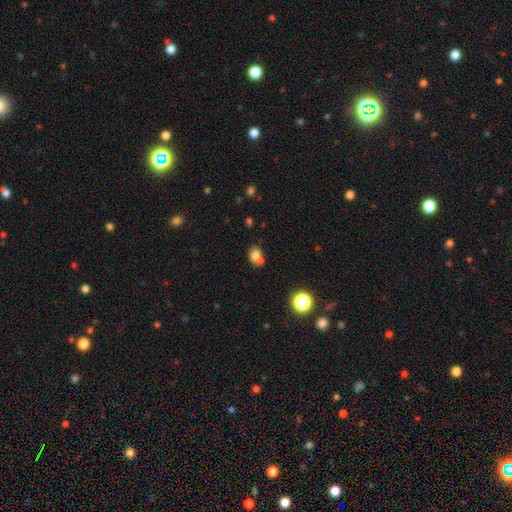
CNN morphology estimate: This is likely a smooth galaxy (74%). How rounded: possibly in between (51%). Merging: marginally none (42%).